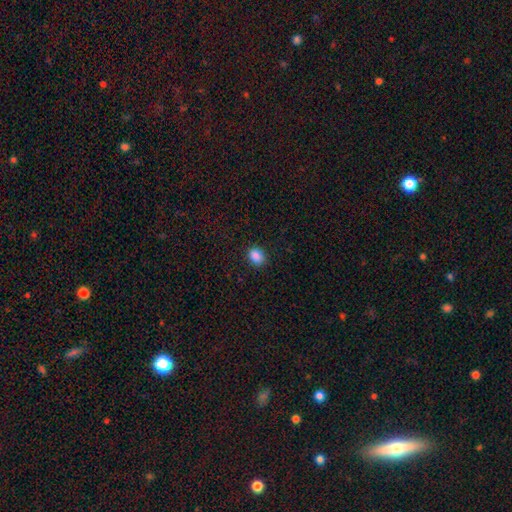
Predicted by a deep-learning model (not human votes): smooth-or-featured: smooth: 88% | star or artifact: 9% | featured or disk: 3%
  how-rounded: in between: 58% | round: 41% | cigar-shaped: 1%
  merging: none: 89% | minor disturbance: 8% | major disturbance: 2% | merger: 1%